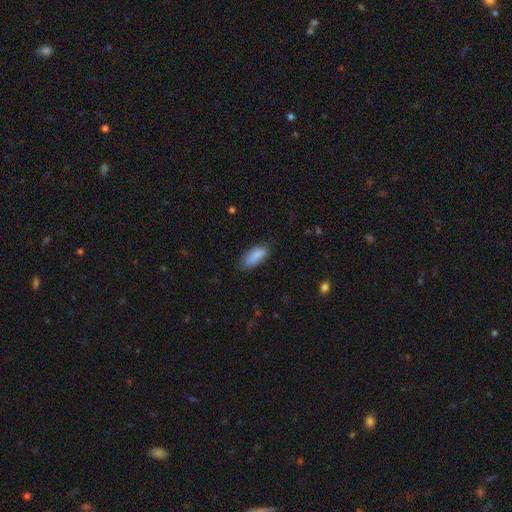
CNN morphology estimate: Smooth or featured? Predicted: smooth (p=0.85). How rounded? Predicted: in between (p=0.78). Merging? Predicted: none (p=0.71).